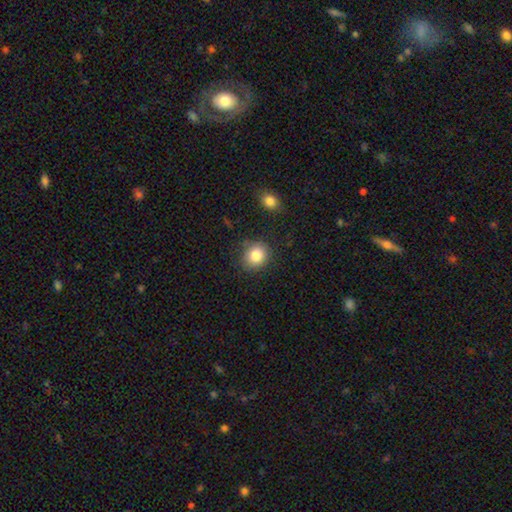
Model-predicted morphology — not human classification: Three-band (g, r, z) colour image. It shows a smooth galaxy with no disk features (83%) that is round (76%). Merging: none (83%).